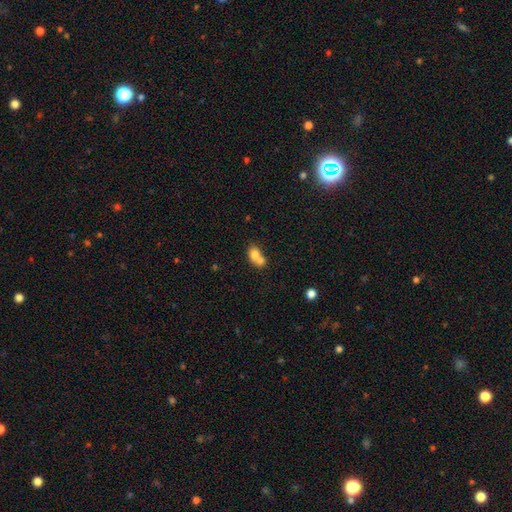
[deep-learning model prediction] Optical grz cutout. It shows a smooth galaxy with no disk features (74%) that is in between round and cigar-shaped (60%). Merging: merger (64%).